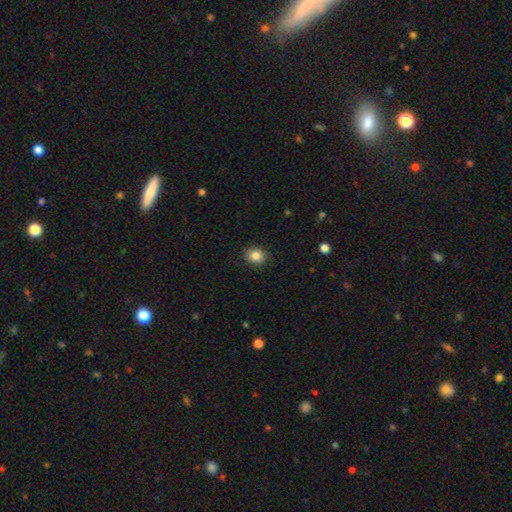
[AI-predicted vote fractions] smooth 85%, star or artifact 10%, featured or disk 5%. Down the decision tree: how rounded — round (65%); merging — none (88%).